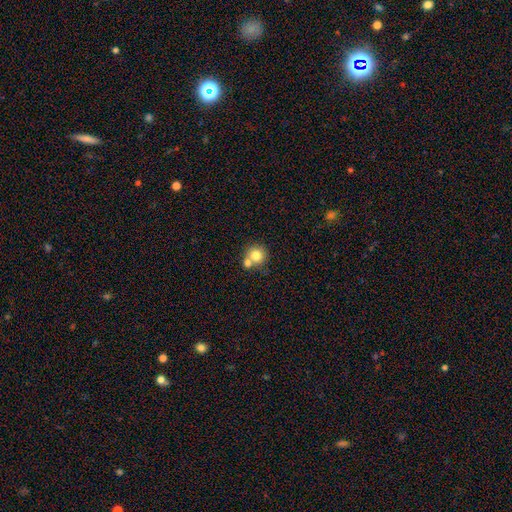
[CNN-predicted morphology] Smooth or featured: smooth — 79% (featured or disk — 12%)
How rounded: round — 90% (in between — 9%)
Merging: none — 51% (merger — 39%)